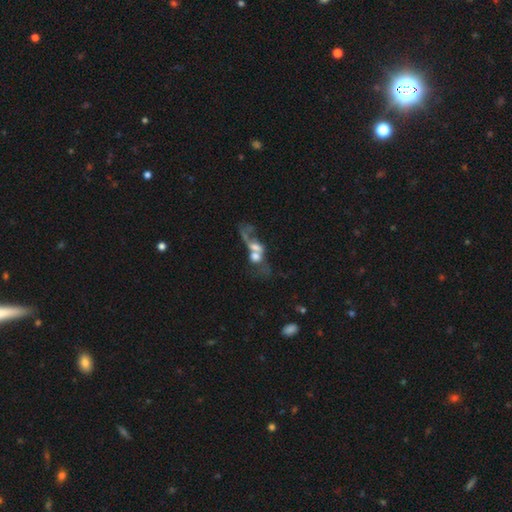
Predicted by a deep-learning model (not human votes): smooth_or_featured: featured or disk (p=0.48) [alt: smooth p=0.38]
merging: merger (p=0.67) [alt: major disturbance p=0.17]